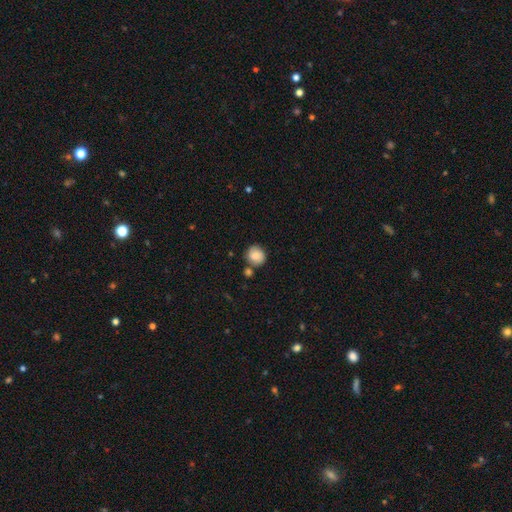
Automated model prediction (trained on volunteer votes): smooth-or-featured: smooth: 82% | featured or disk: 10% | star or artifact: 8%
  how-rounded: round: 86% | in between: 13% | cigar-shaped: 1%
  merging: none: 71% | minor disturbance: 13% | merger: 13% | major disturbance: 3%